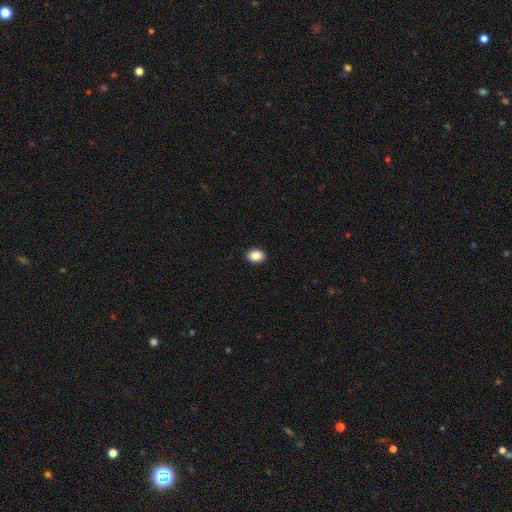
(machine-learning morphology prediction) Q: Smooth or featured?
A: smooth (87%); runner-up: star or artifact (8%)
Q: How rounded?
A: in between (70%); runner-up: round (29%)
Q: Merging?
A: none (91%); runner-up: minor disturbance (6%)